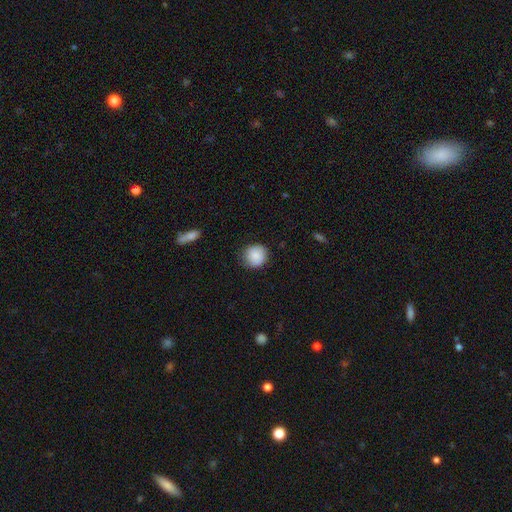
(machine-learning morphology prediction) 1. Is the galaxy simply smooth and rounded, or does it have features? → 85% smooth, 8% featured or disk, 7% star or artifact.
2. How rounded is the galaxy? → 91% round, 8% in between, 1% cigar-shaped.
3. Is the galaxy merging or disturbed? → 80% none, 16% minor disturbance, 3% major disturbance, 1% merger.